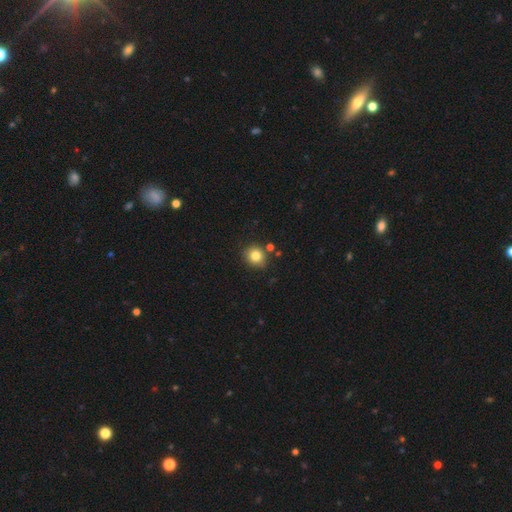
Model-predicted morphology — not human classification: A smooth galaxy with no disk features (81%) that is round (87%).

Vote fractions:
- Smooth or featured? smooth: 81% / star or artifact: 11% / featured or disk: 8%
- How rounded? round: 87% / in between: 12% / cigar-shaped: 1%
- Merging? none: 79% / minor disturbance: 11% / merger: 6% / major disturbance: 3%